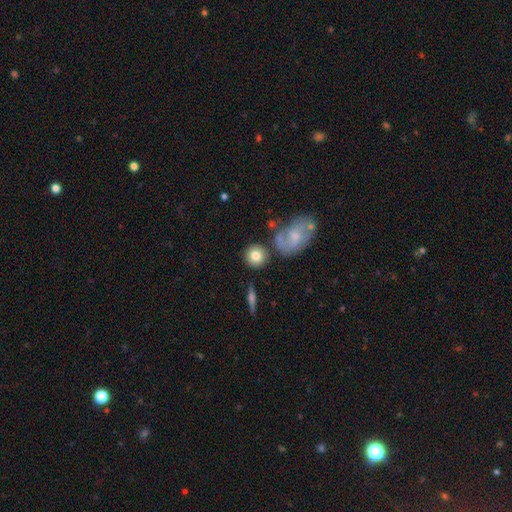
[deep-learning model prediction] Overall: smooth (79%). How rounded: round (87%). Merging: none (76%).